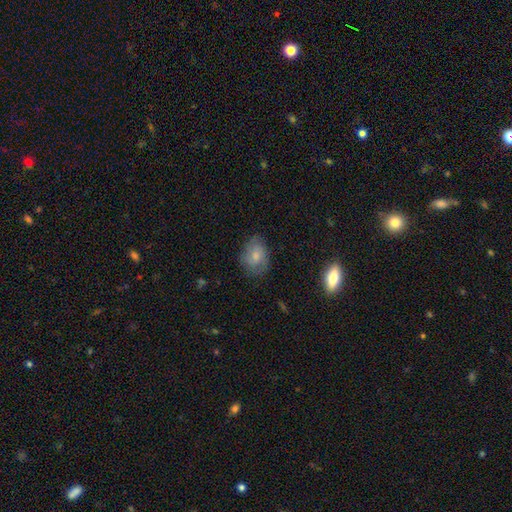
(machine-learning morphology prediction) Smooth or featured: smooth — 62% (featured or disk — 30%)
How rounded: in between — 60% (round — 39%)
Merging: none — 71% (minor disturbance — 21%)